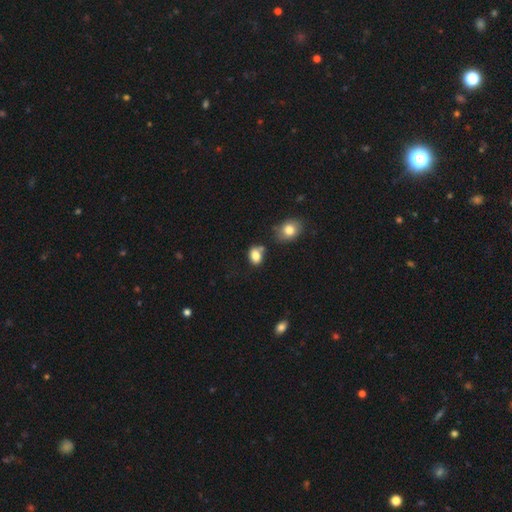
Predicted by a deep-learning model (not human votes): Smooth or featured? smooth (82%)
How rounded? in between (71%)
Merging? none (56%)